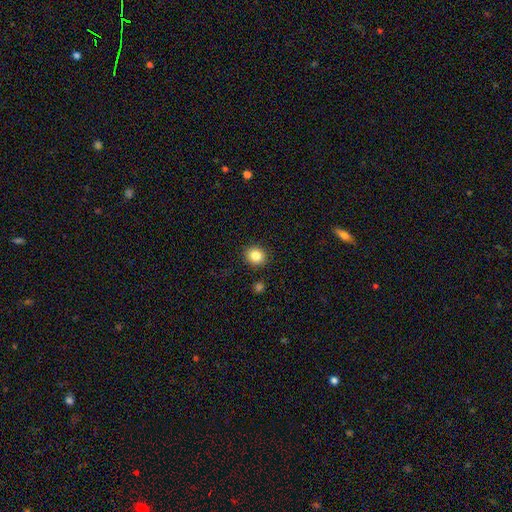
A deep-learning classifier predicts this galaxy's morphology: smooth_or_featured: smooth (p=0.84) [alt: star or artifact p=0.10]
how_rounded: round (p=0.85) [alt: in between p=0.15]
merging: none (p=0.90) [alt: minor disturbance p=0.06]